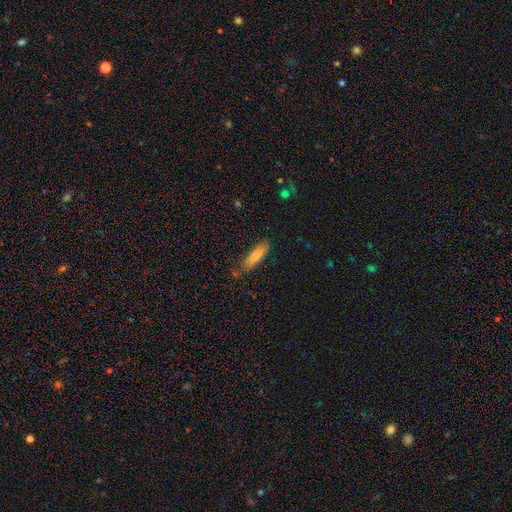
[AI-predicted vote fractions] A smooth galaxy with no disk features (77%) that is cigar-shaped (59%).

Vote fractions:
- Smooth or featured? smooth: 77% / featured or disk: 17% / star or artifact: 6%
- How rounded? cigar-shaped: 59% / in between: 40% / round: 2%
- Merging? none: 76% / minor disturbance: 17% / major disturbance: 4% / merger: 3%